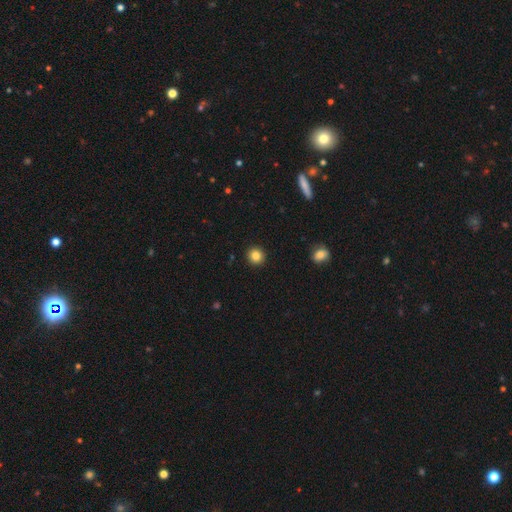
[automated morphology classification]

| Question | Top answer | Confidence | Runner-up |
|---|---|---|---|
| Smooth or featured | smooth | 85% | star or artifact (11%) |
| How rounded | round | 93% | in between (6%) |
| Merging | none | 93% | minor disturbance (5%) |